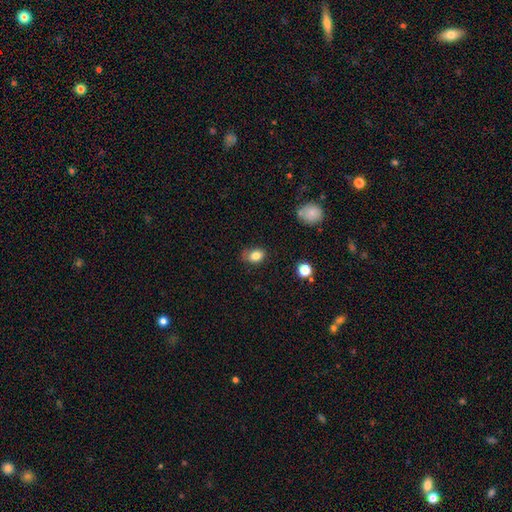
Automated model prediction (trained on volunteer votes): Overall: smooth (82%). How rounded: in between (69%; round 30%). Merging: none (65%; minor disturbance 27%).